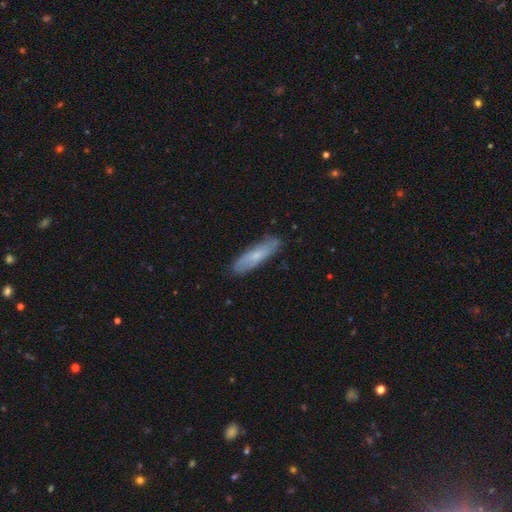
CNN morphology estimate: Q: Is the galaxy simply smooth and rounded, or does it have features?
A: smooth — 62%.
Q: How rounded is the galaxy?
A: cigar-shaped — 74%.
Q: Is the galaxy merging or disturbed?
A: none — 83%.